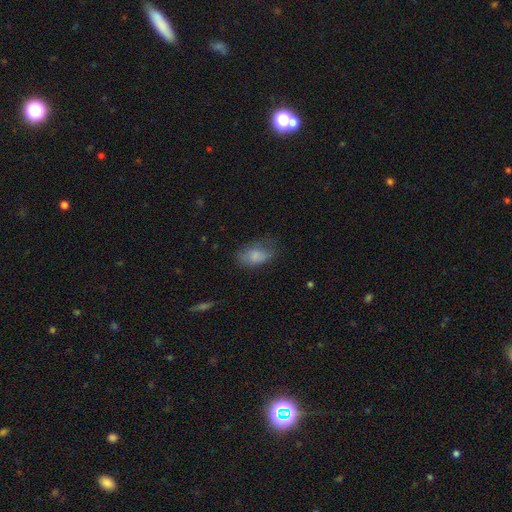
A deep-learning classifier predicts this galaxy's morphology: Q: Smooth or featured?
A: smooth (80%); runner-up: featured or disk (12%)
Q: How rounded?
A: in between (91%); runner-up: round (7%)
Q: Merging?
A: none (56%); runner-up: minor disturbance (29%)